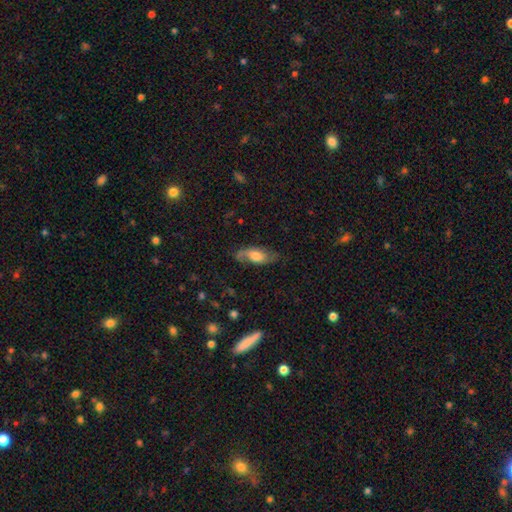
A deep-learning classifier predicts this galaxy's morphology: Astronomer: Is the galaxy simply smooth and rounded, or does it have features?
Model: featured or disk — 50% (runner-up: smooth, 43%).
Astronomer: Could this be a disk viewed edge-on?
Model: no — 83%.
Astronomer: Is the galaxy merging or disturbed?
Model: none — 65%.